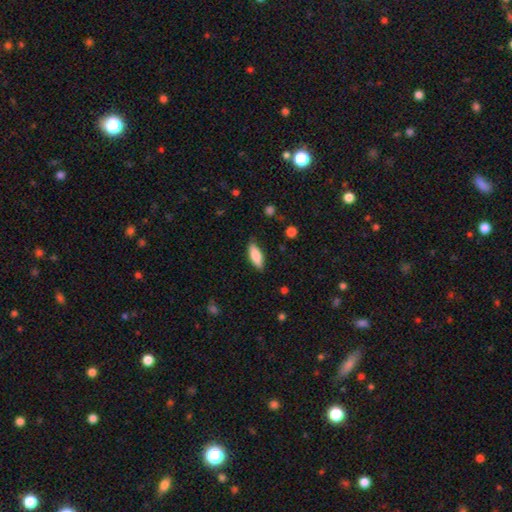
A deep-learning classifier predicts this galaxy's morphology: Q: Smooth or featured?
A: smooth (81%); runner-up: featured or disk (13%)
Q: How rounded?
A: in between (66%); runner-up: cigar-shaped (33%)
Q: Merging?
A: none (84%); runner-up: minor disturbance (12%)